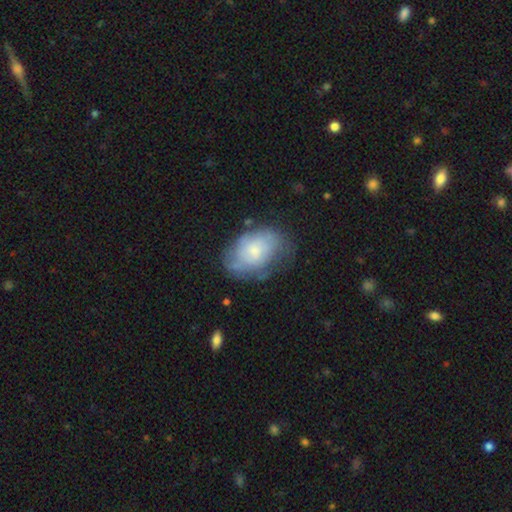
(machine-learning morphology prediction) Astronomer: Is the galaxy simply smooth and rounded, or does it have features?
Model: smooth — 46%, tied with featured or disk at 46%.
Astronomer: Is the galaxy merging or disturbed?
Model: none — 47% (runner-up: minor disturbance, 30%).